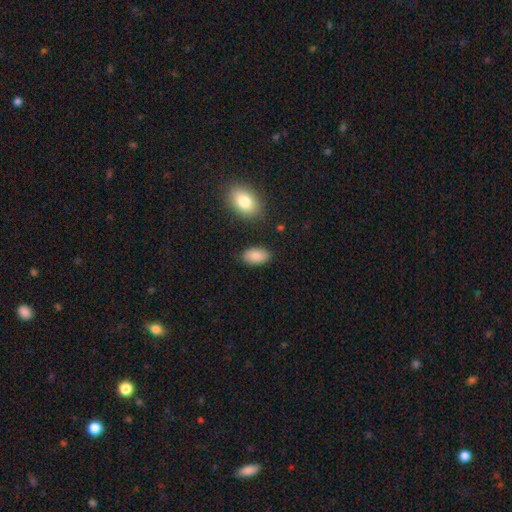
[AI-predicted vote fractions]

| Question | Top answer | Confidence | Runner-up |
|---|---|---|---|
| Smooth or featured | smooth | 86% | featured or disk (7%) |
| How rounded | in between | 94% | round (4%) |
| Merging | none | 84% | minor disturbance (10%) |